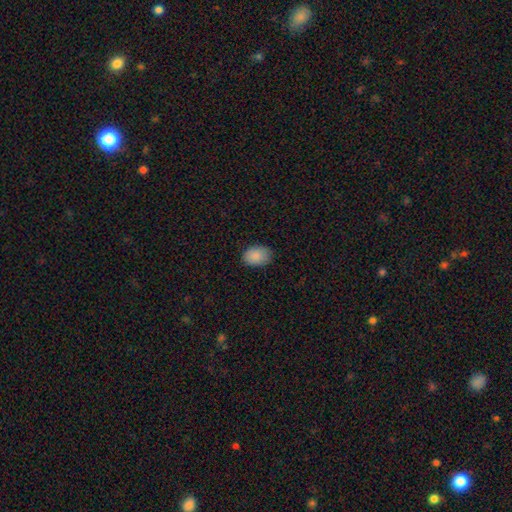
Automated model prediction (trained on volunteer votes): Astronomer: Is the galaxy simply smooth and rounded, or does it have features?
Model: smooth — 89%.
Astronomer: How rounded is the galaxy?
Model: in between — 78%.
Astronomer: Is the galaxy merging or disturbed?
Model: none — 83%.